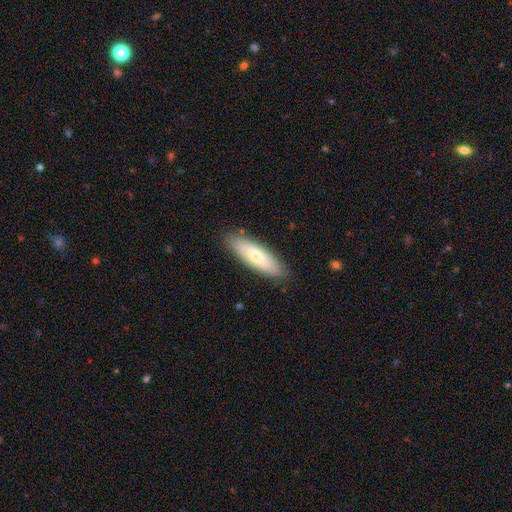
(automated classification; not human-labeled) smooth_or_featured: smooth (p=0.69) [alt: featured or disk p=0.26]
how_rounded: cigar-shaped (p=0.52) [alt: in between p=0.47]
merging: none (p=0.87) [alt: minor disturbance p=0.10]